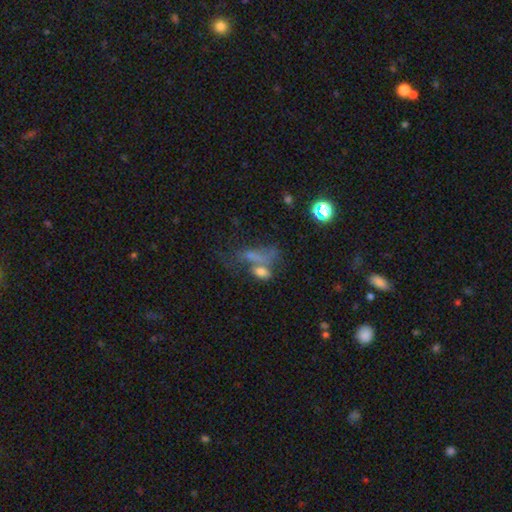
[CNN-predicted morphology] type=smooth (47%); merging=merger (36%).